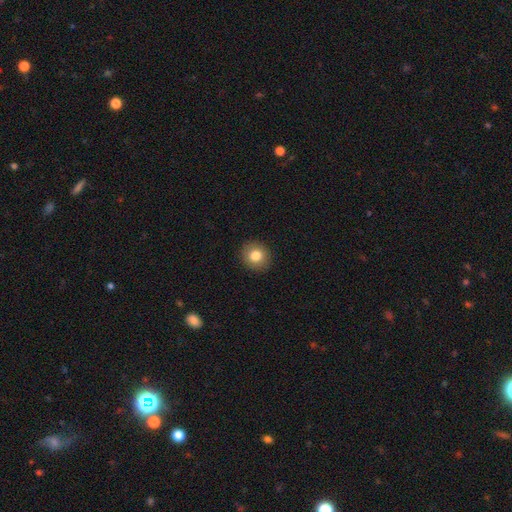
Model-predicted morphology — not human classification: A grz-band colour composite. It shows a smooth galaxy with no disk features (82%) that is round (84%). Merging: none (91%).